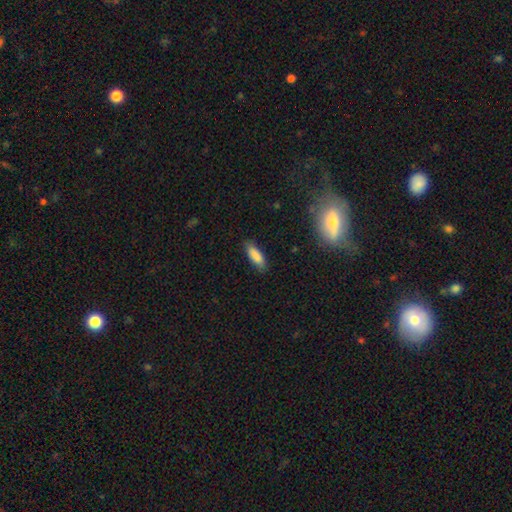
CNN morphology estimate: The model was most divided on "how rounded": in between: 61%, cigar-shaped: 38%, round: 2%. More confident: smooth or featured — smooth (86%); merging — none (84%).